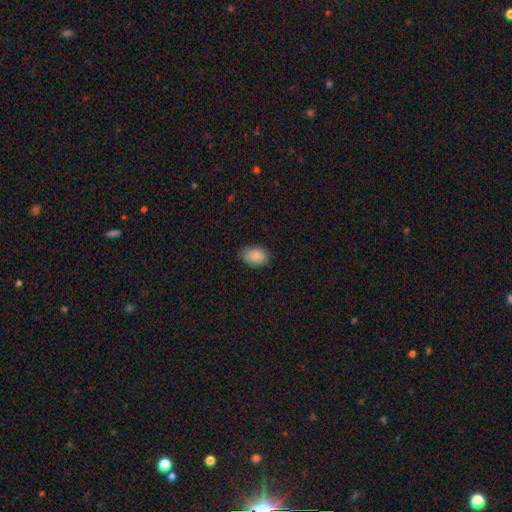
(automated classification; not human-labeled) smooth_or_featured: smooth (p=0.87) [alt: star or artifact p=0.07]
how_rounded: in between (p=0.84) [alt: round p=0.15]
merging: none (p=0.84) [alt: minor disturbance p=0.13]